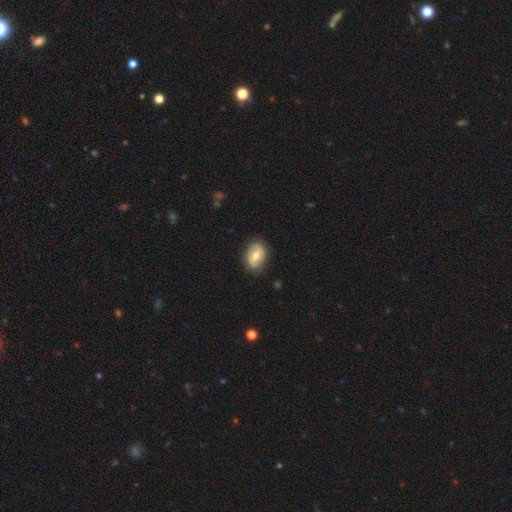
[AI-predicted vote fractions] Overall: smooth (53%; featured or disk 41%). How rounded: in between (80%). Merging: none (81%).